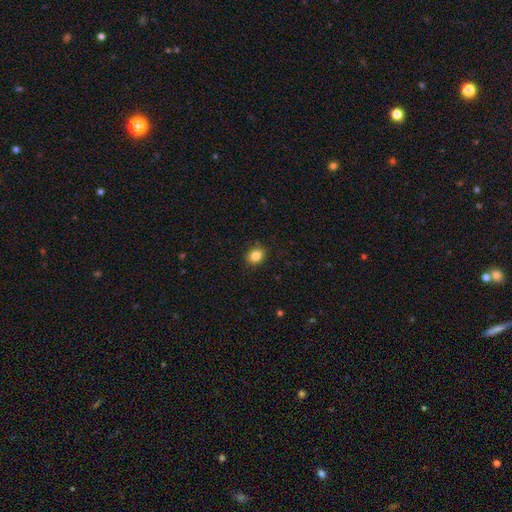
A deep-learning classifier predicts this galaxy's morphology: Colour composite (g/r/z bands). It shows a smooth galaxy with no disk features (84%) that is round (65%). Merging: none (88%).